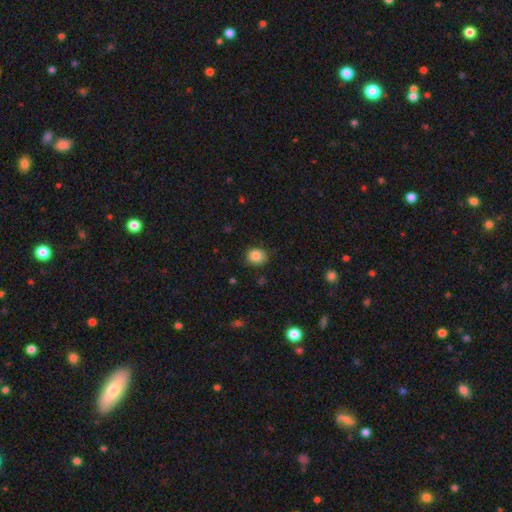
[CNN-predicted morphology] smooth_or_featured: smooth (p=0.86) [alt: star or artifact p=0.09]
how_rounded: round (p=0.67) [alt: in between p=0.32]
merging: none (p=0.83) [alt: minor disturbance p=0.13]